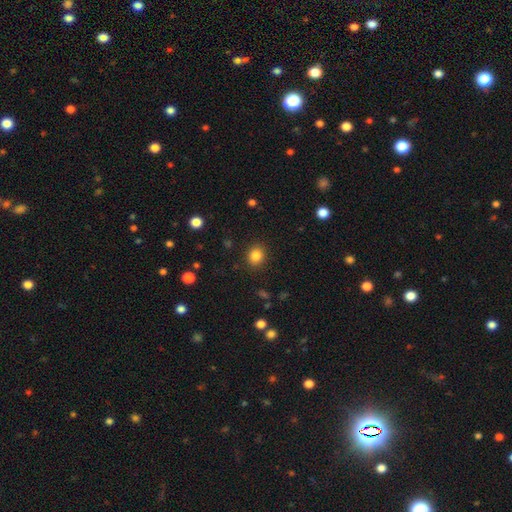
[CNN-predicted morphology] The model was most divided on "how rounded": round: 73%, in between: 27%, cigar-shaped: 1%. More confident: merging — none (89%); smooth or featured — smooth (84%).